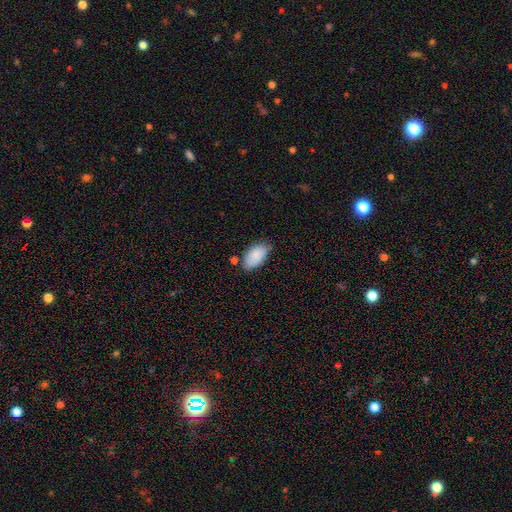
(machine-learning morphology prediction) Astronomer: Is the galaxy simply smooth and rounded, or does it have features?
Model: smooth — 87%.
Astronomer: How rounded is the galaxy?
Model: in between — 95%.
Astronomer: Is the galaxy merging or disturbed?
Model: none — 66%.